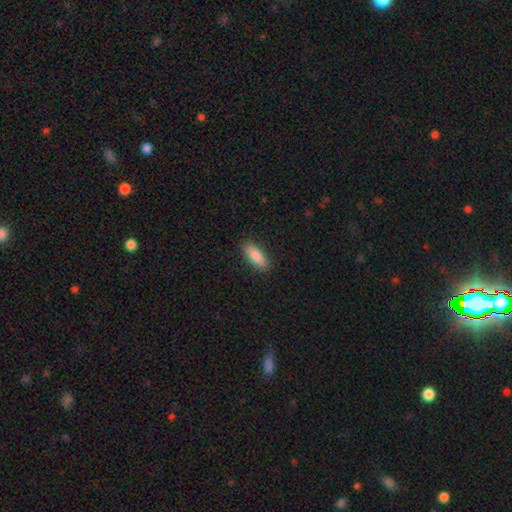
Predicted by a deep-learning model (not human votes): This is clearly a smooth galaxy (87%). How rounded: likely in between (73%). Merging: clearly none (88%).